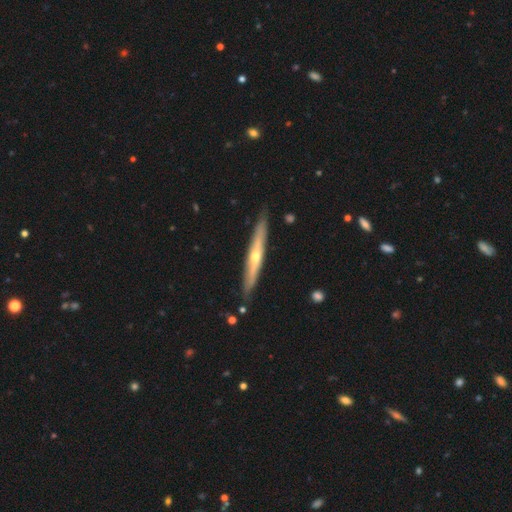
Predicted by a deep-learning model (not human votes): Smooth or featured: featured or disk — 69% (smooth — 26%)
Edge-on disk: yes — 93% (no — 7%)
Edge-on bulge: rounded — 82% (none — 16%)
Merging: none — 88% (minor disturbance — 9%)